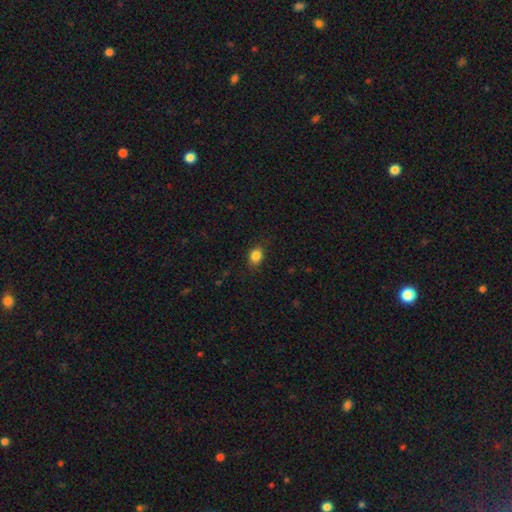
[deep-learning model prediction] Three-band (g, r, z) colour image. It shows a smooth galaxy with no disk features (86%) that is in between round and cigar-shaped (60%). Merging: none (83%).